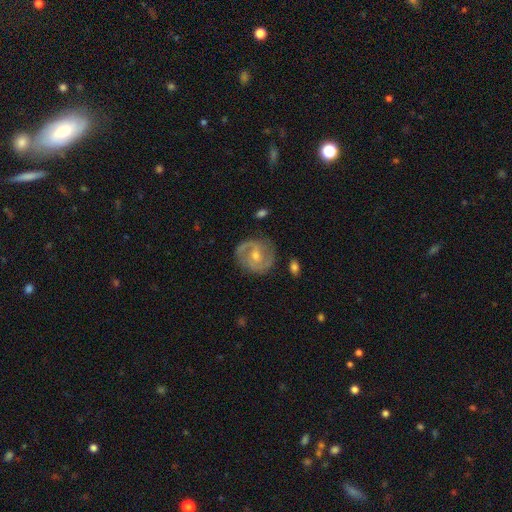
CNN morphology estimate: Smooth or featured? Predicted: featured or disk (p=0.83). Edge-on disk? Predicted: no (p=0.97). Bar? Predicted: no (p=0.44). Spiral arms? Predicted: yes (p=0.91). Spiral winding? Predicted: tight (p=0.46). Spiral arm count? Predicted: 2 (p=0.85). Bulge size? Predicted: moderate (p=0.59). Merging? Predicted: none (p=0.82).